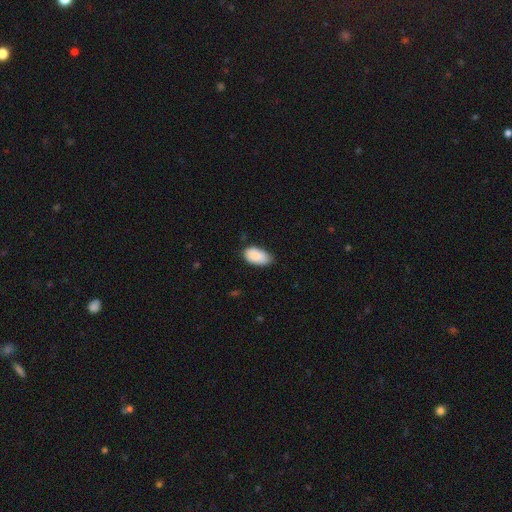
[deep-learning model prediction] This is clearly a smooth galaxy (88%). How rounded: clearly in between (95%). Merging: likely none (63%).